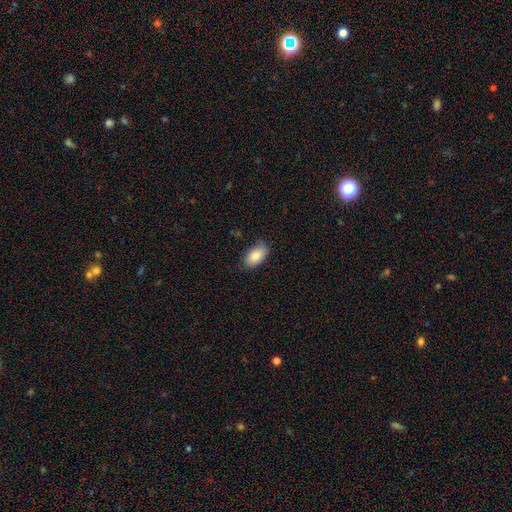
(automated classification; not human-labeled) A smooth galaxy with no disk features (88%) that is in between round and cigar-shaped (94%).

Vote fractions:
- Smooth or featured? smooth: 88% / star or artifact: 6% / featured or disk: 6%
- How rounded? in between: 94% / round: 4% / cigar-shaped: 2%
- Merging? none: 80% / minor disturbance: 16% / major disturbance: 3% / merger: 1%